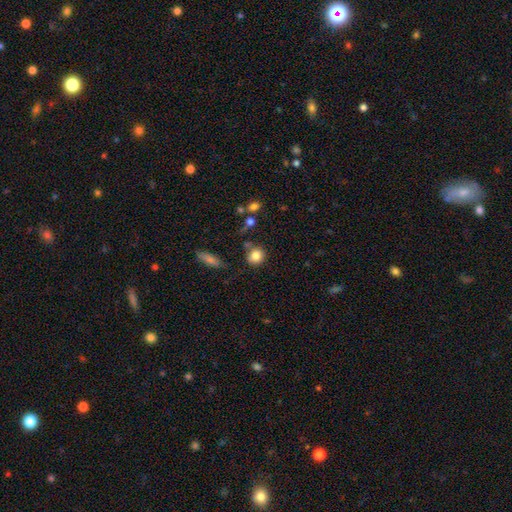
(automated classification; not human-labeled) Overall: smooth (83%). How rounded: round (83%). Merging: none (77%).